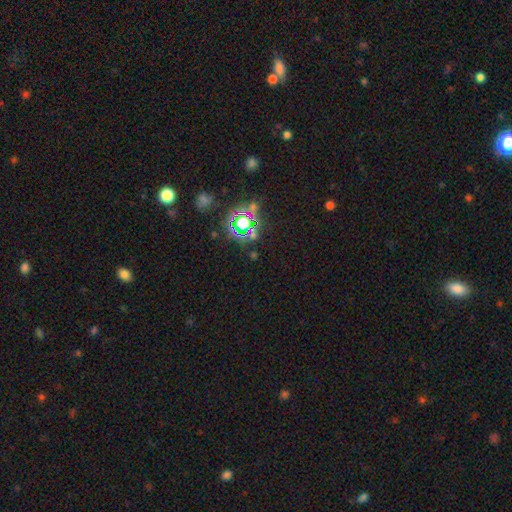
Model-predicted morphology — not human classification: The model was most divided on "smooth or featured": star or artifact: 70%, smooth: 23%, featured or disk: 8%.